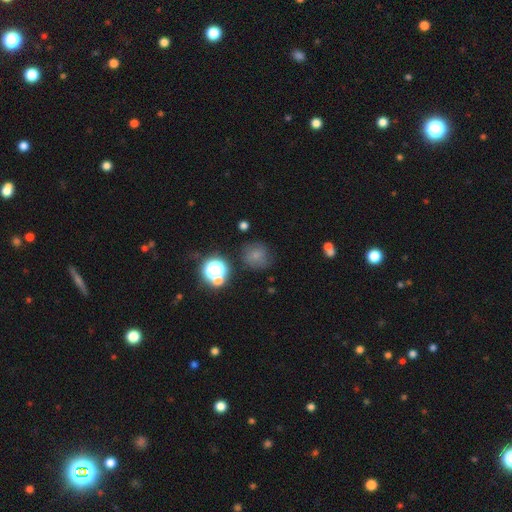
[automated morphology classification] Q: Smooth or featured?
A: smooth (66%); runner-up: star or artifact (21%)
Q: How rounded?
A: round (85%); runner-up: in between (14%)
Q: Merging?
A: none (72%); runner-up: minor disturbance (17%)